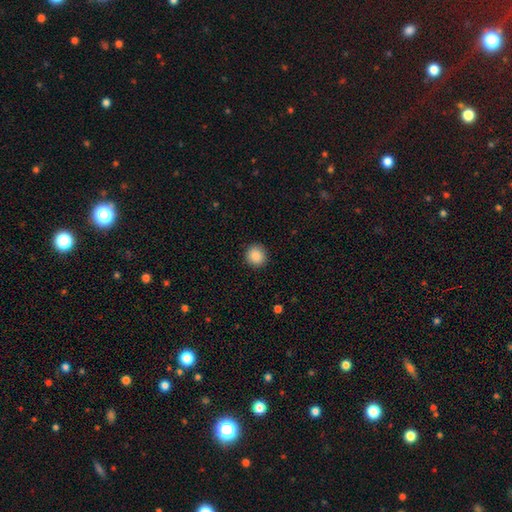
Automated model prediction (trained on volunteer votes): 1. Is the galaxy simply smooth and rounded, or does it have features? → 88% smooth, 9% star or artifact, 3% featured or disk.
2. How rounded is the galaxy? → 91% round, 8% in between, 1% cigar-shaped.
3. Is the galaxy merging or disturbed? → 91% none, 6% minor disturbance, 2% major disturbance, 1% merger.